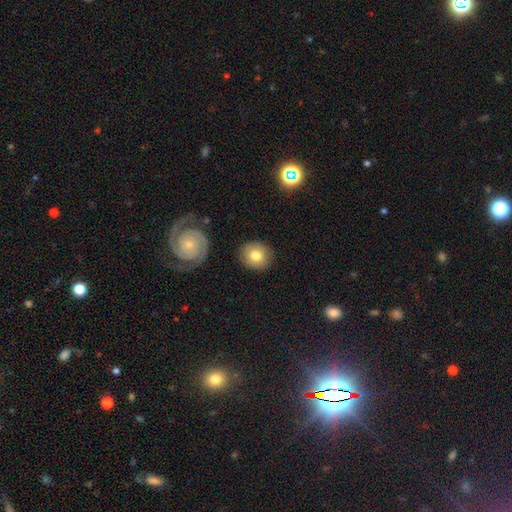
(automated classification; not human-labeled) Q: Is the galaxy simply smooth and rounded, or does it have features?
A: smooth — 74%.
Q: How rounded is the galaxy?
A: round — 82%.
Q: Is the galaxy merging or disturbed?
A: none — 86%.